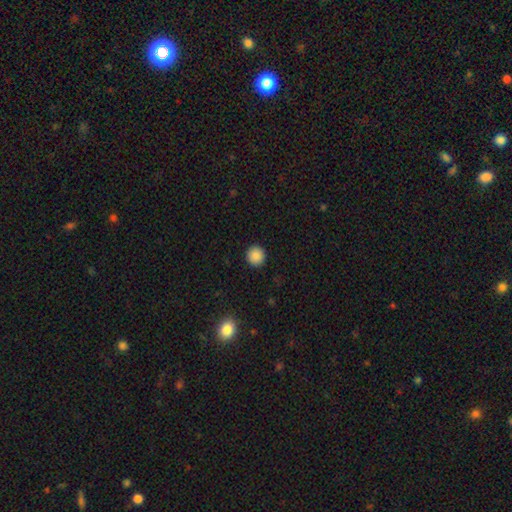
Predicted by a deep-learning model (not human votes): Overall: smooth (87%). How rounded: round (92%). Merging: none (92%).